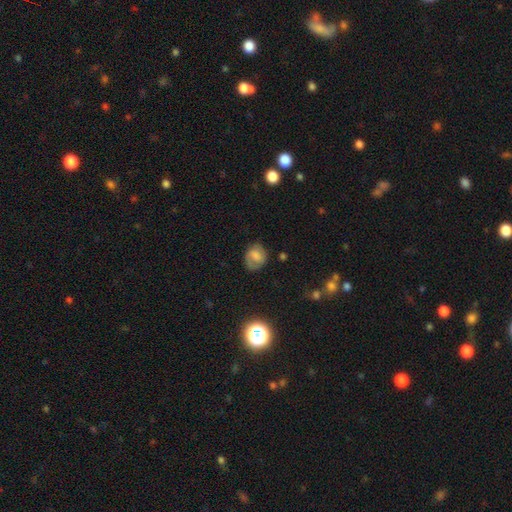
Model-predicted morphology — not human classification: This is likely a smooth galaxy (61%). How rounded: possibly round (57%). Merging: likely none (65%).